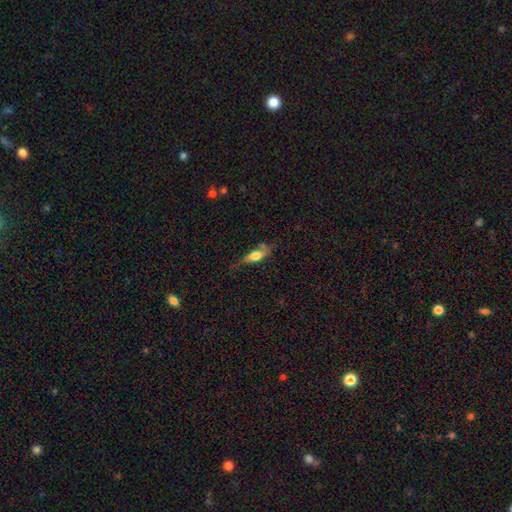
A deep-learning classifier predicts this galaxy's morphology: smooth-or-featured: smooth: 56% | featured or disk: 36% | star or artifact: 7%
  how-rounded: in between: 57% | cigar-shaped: 39% | round: 4%
  merging: none: 50% | minor disturbance: 30% | major disturbance: 13% | merger: 6%